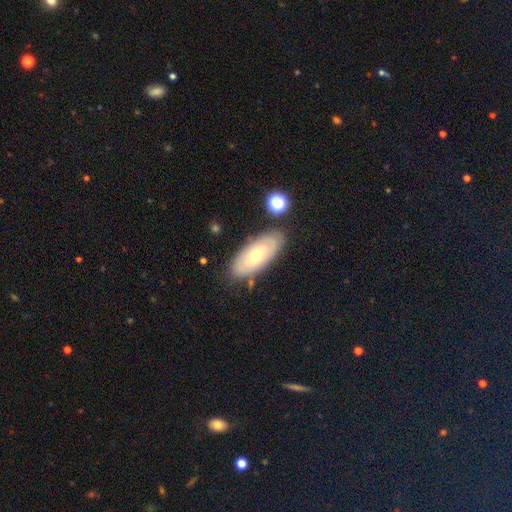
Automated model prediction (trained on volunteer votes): Smooth or featured: featured or disk — 56% (smooth — 38%)
Edge-on disk: no — 87% (yes — 13%)
Merging: none — 79% (minor disturbance — 15%)